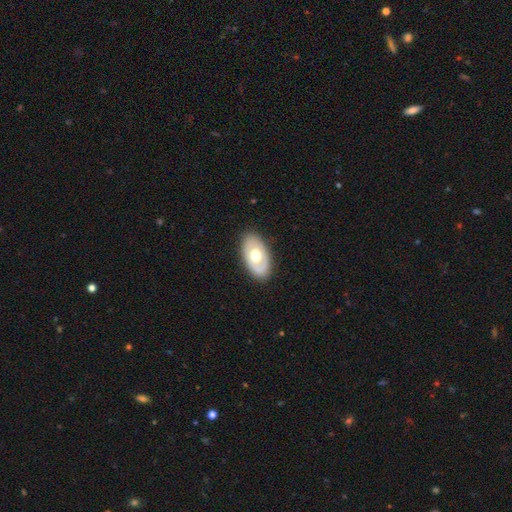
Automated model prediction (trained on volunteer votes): The model was most divided on "smooth or featured": smooth: 50%, featured or disk: 44%, star or artifact: 5%. More confident: how rounded — in between (90%); merging — none (84%).